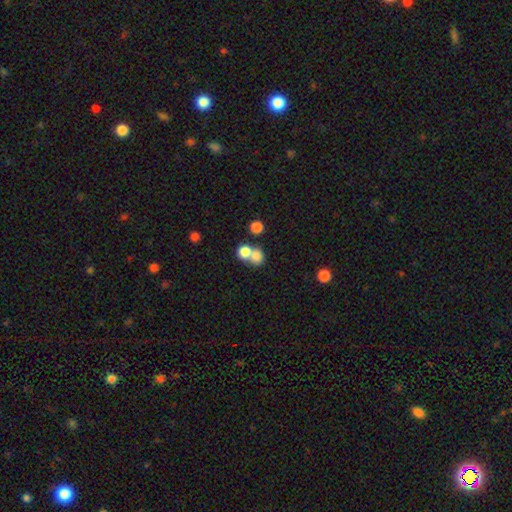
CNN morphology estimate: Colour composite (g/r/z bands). It shows a smooth galaxy with no disk features (78%) that is round (76%). Merging: merger (54%).